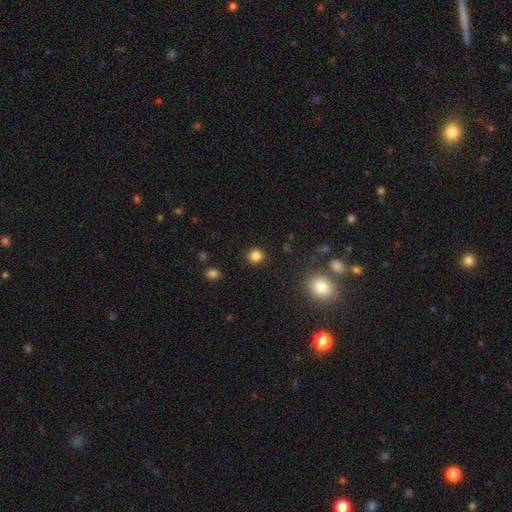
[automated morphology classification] Overall: smooth (84%). How rounded: round (89%). Merging: none (90%).